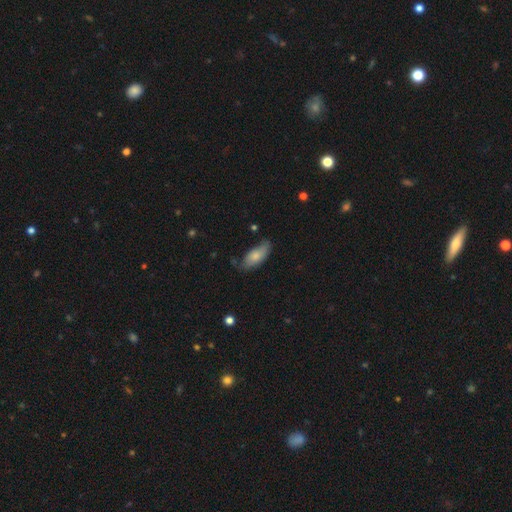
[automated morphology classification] smooth_or_featured: smooth (p=0.75) [alt: featured or disk p=0.19]
how_rounded: in between (p=0.83) [alt: cigar-shaped p=0.15]
merging: none (p=0.56) [alt: minor disturbance p=0.34]